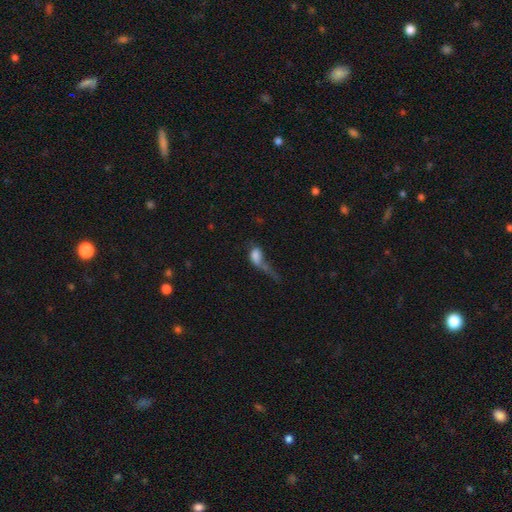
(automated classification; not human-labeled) smooth_or_featured: smooth (p=0.65) [alt: featured or disk p=0.24]
how_rounded: in between (p=0.81) [alt: round p=0.13]
merging: major disturbance (p=0.52) [alt: merger p=0.20]